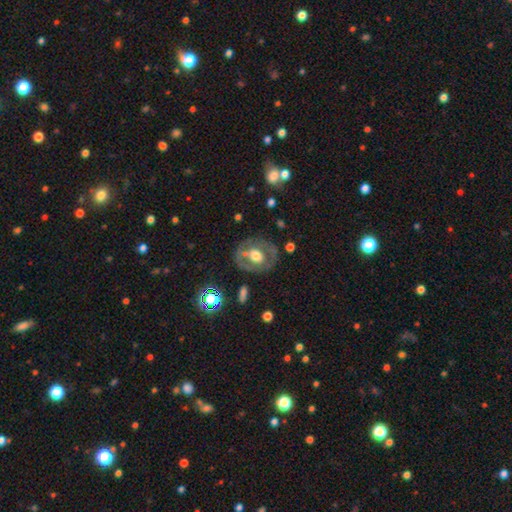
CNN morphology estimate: Smooth or featured?
  - featured or disk: 56% *
  - smooth: 37%
  - star or artifact: 7%
Edge-on disk?
  - no: 94% *
  - yes: 6%
Bar?
  - no: 72% *
  - weak: 20%
  - strong: 9%
Spiral arms?
  - no: 79% *
  - yes: 21%
Bulge size?
  - moderate: 54% *
  - large: 33%
  - small: 8%
  - dominant: 3%
  - none: 2%
Merging?
  - none: 73% *
  - minor disturbance: 15%
  - major disturbance: 9%
  - merger: 2%